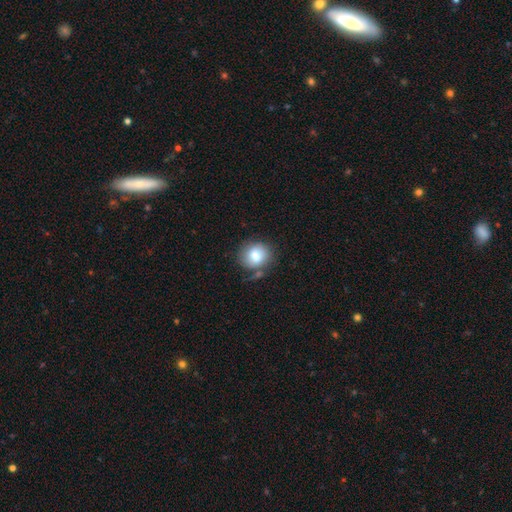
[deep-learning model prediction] Smooth or featured? Predicted: smooth (p=0.82). How rounded? Predicted: round (p=0.74). Merging? Predicted: none (p=0.61).